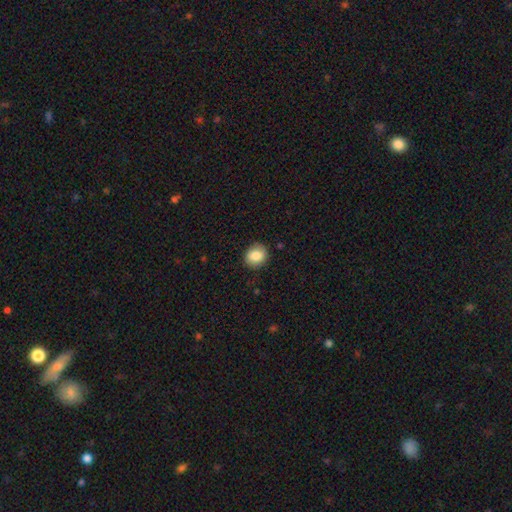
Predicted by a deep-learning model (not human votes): This is clearly a smooth galaxy (85%). How rounded: likely round (71%). Merging: clearly none (87%).